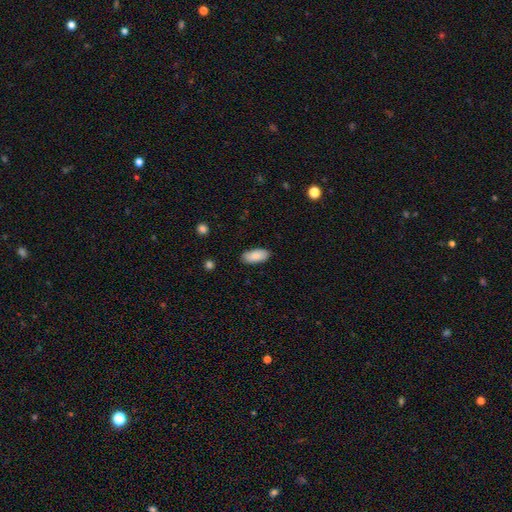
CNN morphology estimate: smooth_or_featured: smooth (p=0.87) [alt: featured or disk p=0.07]
how_rounded: in between (p=0.91) [alt: cigar-shaped p=0.07]
merging: none (p=0.87) [alt: minor disturbance p=0.10]